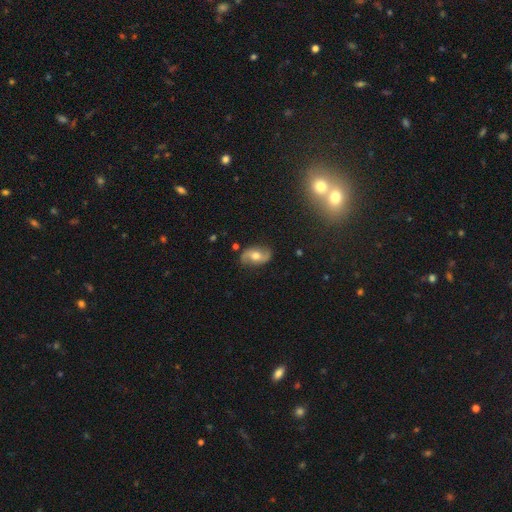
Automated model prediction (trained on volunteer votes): Overall: featured or disk (71%). Edge-on disk: no (95%). Bar: no (57%; weak 31%). Spiral arms: yes (88%). Spiral arm count: 2 (92%). Spiral winding: loose (69%). Bulge size: moderate (74%). Merging: none (81%).